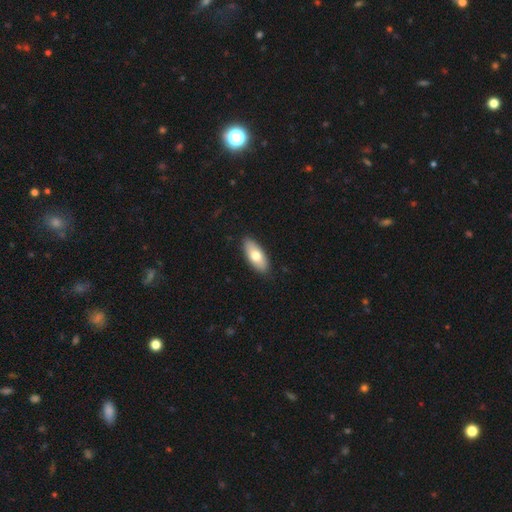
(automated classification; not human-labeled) Smooth or featured? Predicted: smooth (p=0.74). How rounded? Predicted: in between (p=0.85). Merging? Predicted: none (p=0.88).